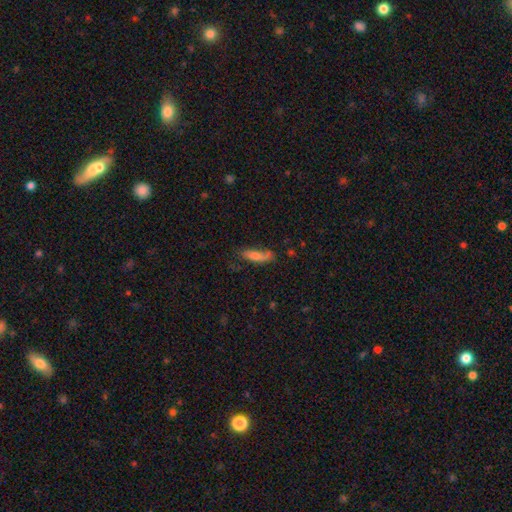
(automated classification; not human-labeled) Smooth or featured? smooth (68%)
How rounded? cigar-shaped (57%)
Merging? none (57%)